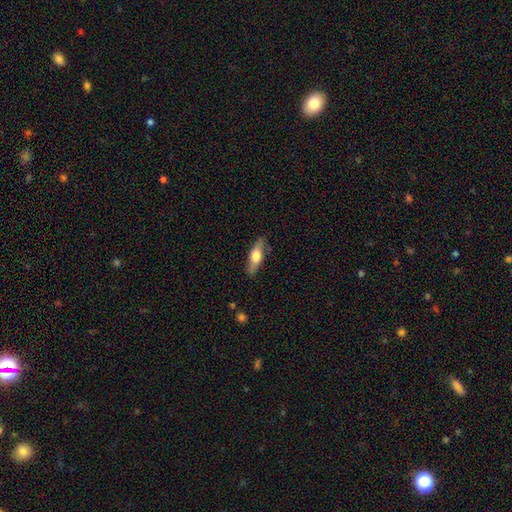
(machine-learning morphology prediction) A smooth galaxy with no disk features (53%) that is cigar-shaped (52%). Merging: none (83%).